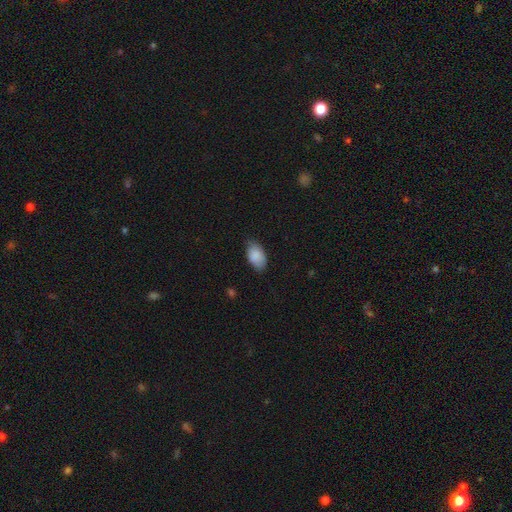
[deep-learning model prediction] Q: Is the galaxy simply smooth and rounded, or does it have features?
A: smooth — 88%.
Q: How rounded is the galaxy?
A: in between — 93%.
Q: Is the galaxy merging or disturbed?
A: none — 72%.